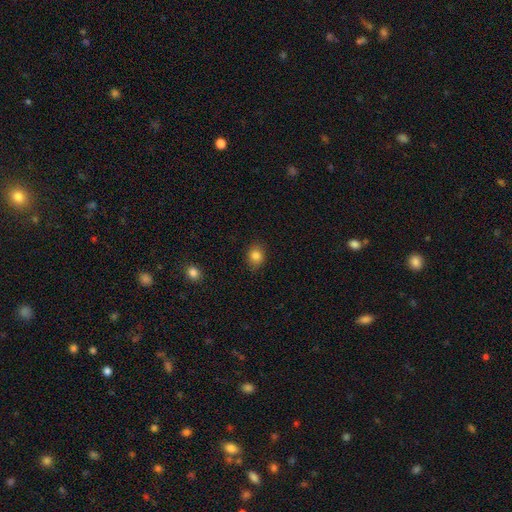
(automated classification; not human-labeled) smooth-or-featured: smooth: 84% | star or artifact: 11% | featured or disk: 5%
  how-rounded: round: 60% | in between: 39% | cigar-shaped: 1%
  merging: none: 85% | minor disturbance: 11% | major disturbance: 3% | merger: 1%